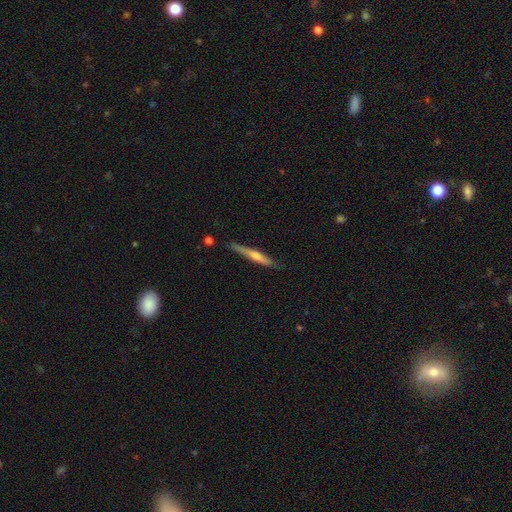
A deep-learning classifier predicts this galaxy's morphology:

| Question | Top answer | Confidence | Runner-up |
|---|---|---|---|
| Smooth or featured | featured or disk | 66% | smooth (29%) |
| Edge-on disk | yes | 97% | no (3%) |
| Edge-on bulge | rounded | 75% | none (18%) |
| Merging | none | 87% | minor disturbance (10%) |